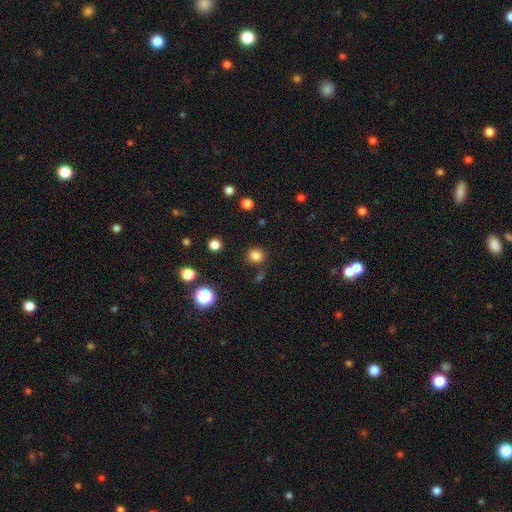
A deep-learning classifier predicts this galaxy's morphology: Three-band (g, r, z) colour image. It shows a smooth galaxy with no disk features (81%) that is round (89%). Merging: none (83%).